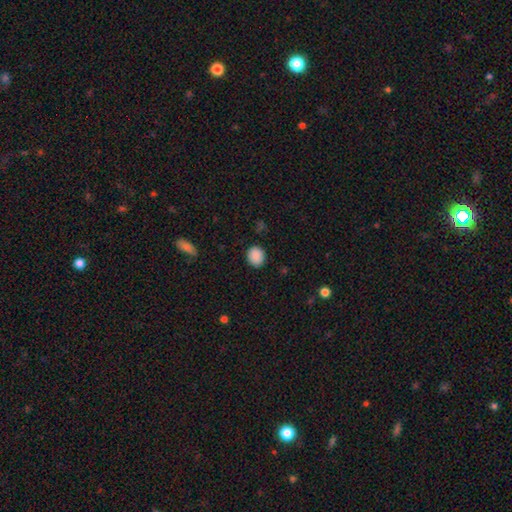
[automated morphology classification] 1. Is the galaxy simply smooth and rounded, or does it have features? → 89% smooth, 8% star or artifact, 3% featured or disk.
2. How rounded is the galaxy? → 73% round, 26% in between, 1% cigar-shaped.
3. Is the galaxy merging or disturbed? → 88% none, 8% minor disturbance, 3% major disturbance, 1% merger.